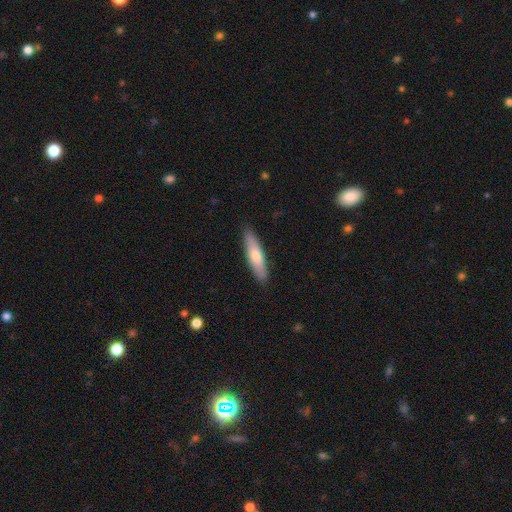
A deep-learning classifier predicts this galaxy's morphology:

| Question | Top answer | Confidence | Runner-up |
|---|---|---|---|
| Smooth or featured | smooth | 64% | featured or disk (30%) |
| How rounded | cigar-shaped | 76% | in between (23%) |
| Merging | none | 89% | minor disturbance (8%) |